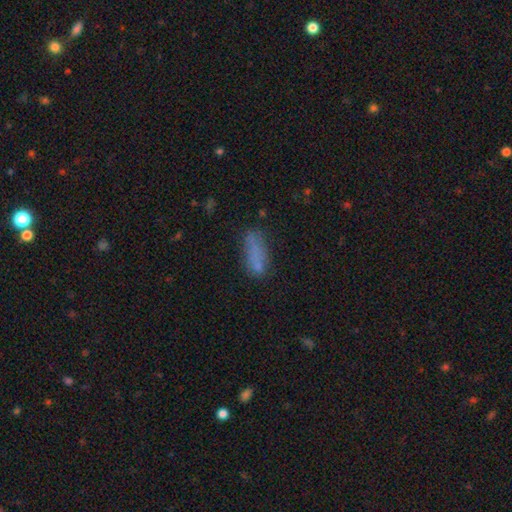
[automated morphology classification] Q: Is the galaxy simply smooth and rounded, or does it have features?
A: smooth — 68%.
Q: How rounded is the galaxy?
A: in between — 61%.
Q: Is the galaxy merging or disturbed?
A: none — 51%.